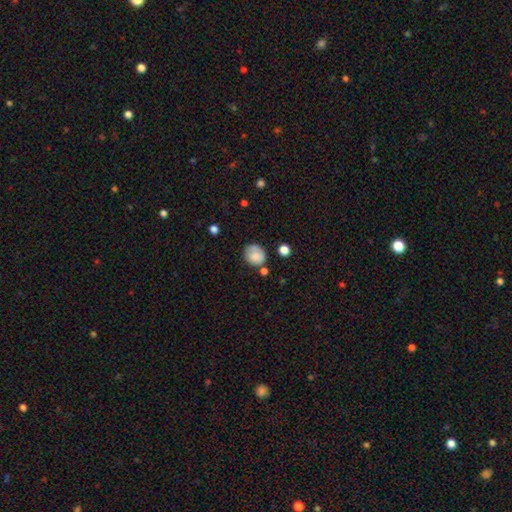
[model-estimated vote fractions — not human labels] A smooth galaxy with no disk features (81%) that is round (75%). Merging: none (67%).